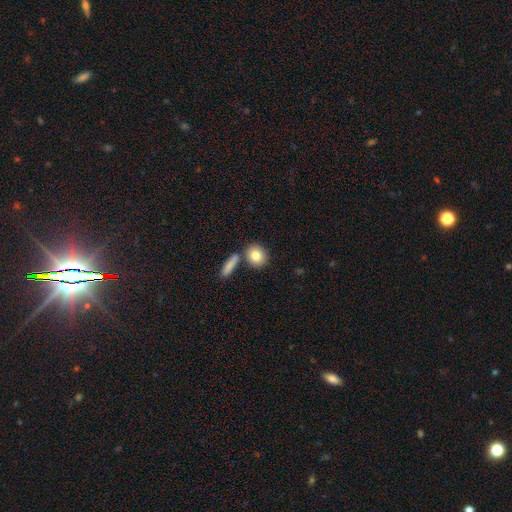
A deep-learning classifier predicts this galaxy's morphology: A smooth galaxy with no disk features (83%) that is round (63%). Merging: none (68%).